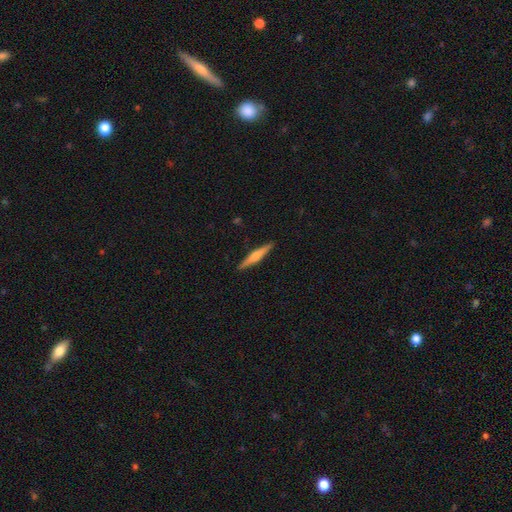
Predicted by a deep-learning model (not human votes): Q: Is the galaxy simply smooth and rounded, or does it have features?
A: featured or disk — 51%.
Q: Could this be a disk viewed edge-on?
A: yes — 97%.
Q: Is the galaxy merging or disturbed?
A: none — 91%.